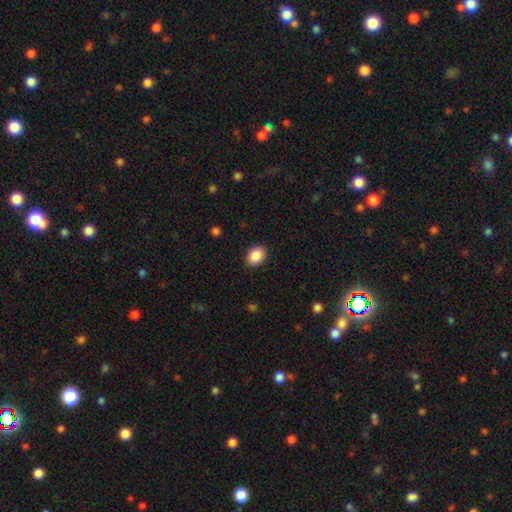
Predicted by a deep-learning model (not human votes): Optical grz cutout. It shows a smooth galaxy with no disk features (89%) that is in between round and cigar-shaped (63%). Merging: none (86%).